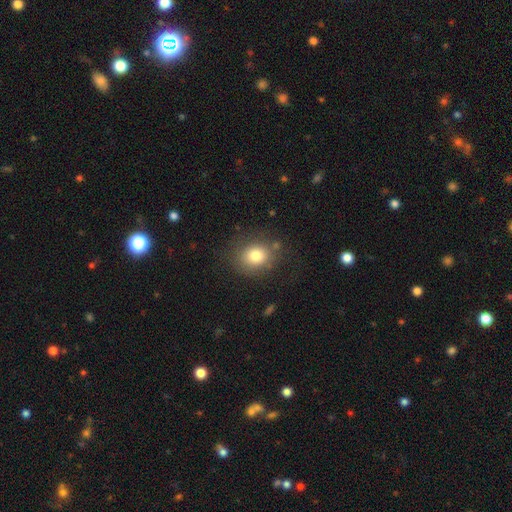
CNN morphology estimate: Smooth or featured?
  - smooth: 79% *
  - star or artifact: 11%
  - featured or disk: 11%
How rounded?
  - round: 62% *
  - in between: 37%
  - cigar-shaped: 1%
Merging?
  - none: 77% *
  - minor disturbance: 14%
  - major disturbance: 6%
  - merger: 3%